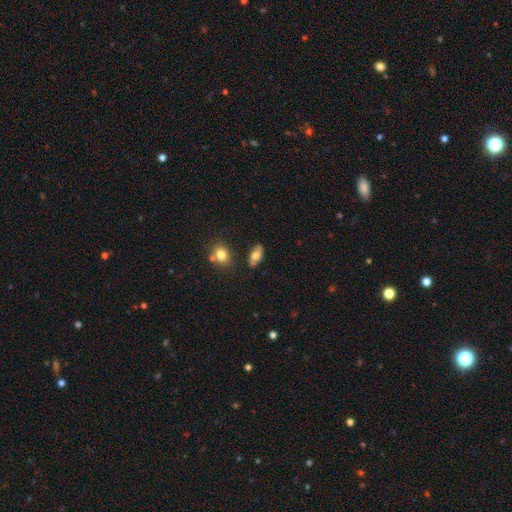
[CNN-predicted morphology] Smooth or featured? Predicted: smooth (p=0.62). How rounded? Predicted: in between (p=0.86). Merging? Predicted: none (p=0.77).